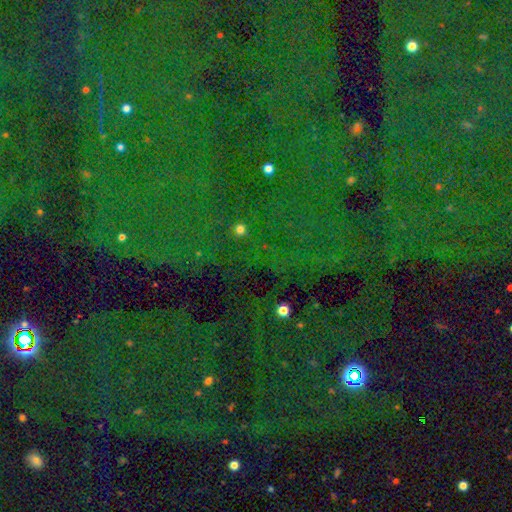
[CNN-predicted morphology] Smooth or featured: star or artifact — 76% (smooth — 16%)